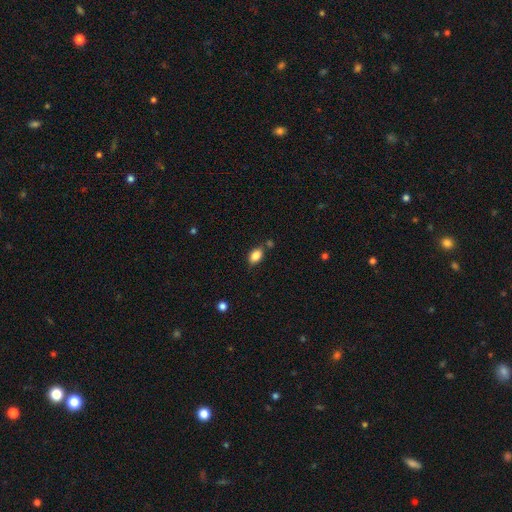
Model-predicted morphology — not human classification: Overall: smooth (85%). How rounded: in between (87%). Merging: none (75%).